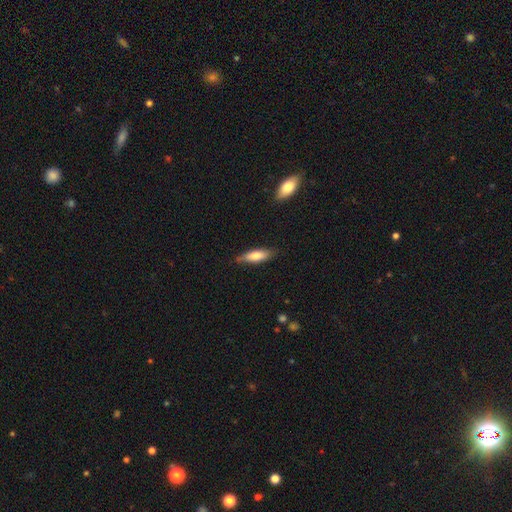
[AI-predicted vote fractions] Overall: smooth (74%). How rounded: cigar-shaped (54%; in between 45%). Merging: none (79%).